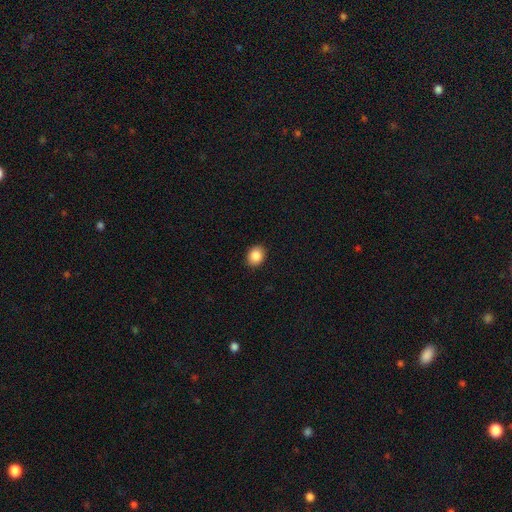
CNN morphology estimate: smooth-or-featured: smooth: 87% | star or artifact: 9% | featured or disk: 4%
  how-rounded: round: 53% | in between: 46% | cigar-shaped: 1%
  merging: none: 90% | minor disturbance: 7% | major disturbance: 2% | merger: 1%